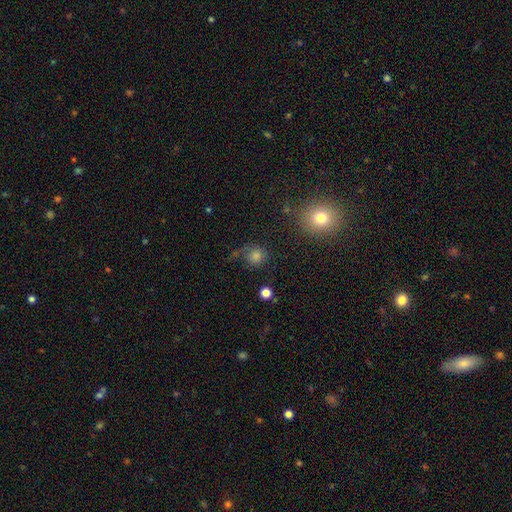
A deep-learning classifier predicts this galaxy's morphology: Q: Smooth or featured?
A: smooth (70%); runner-up: star or artifact (19%)
Q: How rounded?
A: round (87%); runner-up: in between (12%)
Q: Merging?
A: none (64%); runner-up: minor disturbance (17%)